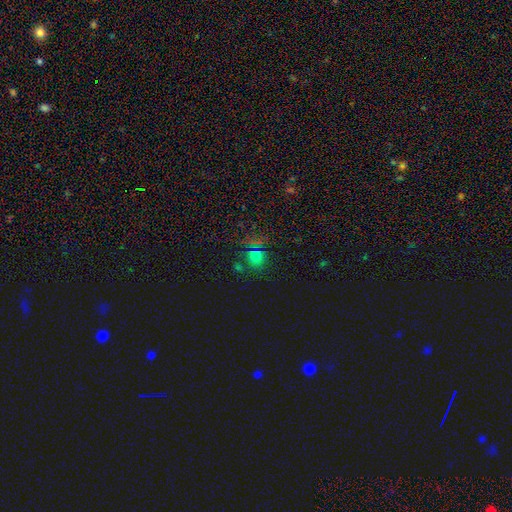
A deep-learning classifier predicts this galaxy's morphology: Smooth or featured?
  - smooth: 63% *
  - star or artifact: 30%
  - featured or disk: 8%
How rounded?
  - round: 82% *
  - in between: 16%
  - cigar-shaped: 1%
Merging?
  - none: 72% *
  - minor disturbance: 13%
  - merger: 9%
  - major disturbance: 6%